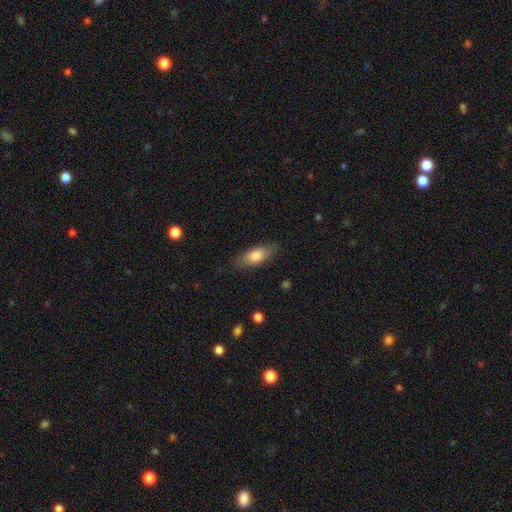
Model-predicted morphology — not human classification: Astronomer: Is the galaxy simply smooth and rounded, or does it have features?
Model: smooth — 78%.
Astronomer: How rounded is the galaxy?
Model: in between — 77%.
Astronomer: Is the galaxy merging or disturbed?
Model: none — 82%.